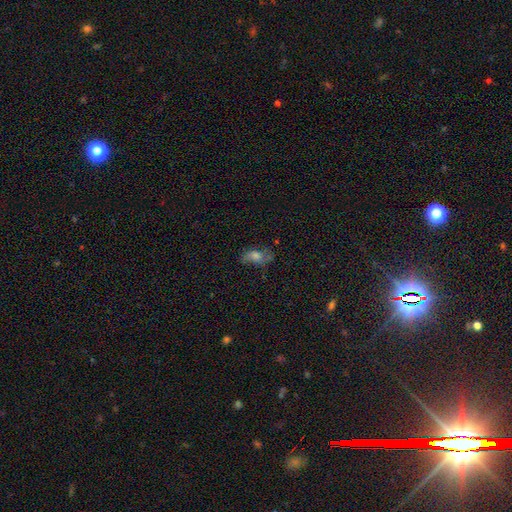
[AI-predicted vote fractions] smooth-or-featured: smooth: 42% | featured or disk: 41% | star or artifact: 17%
  merging: none: 66% | minor disturbance: 21% | major disturbance: 10% | merger: 2%